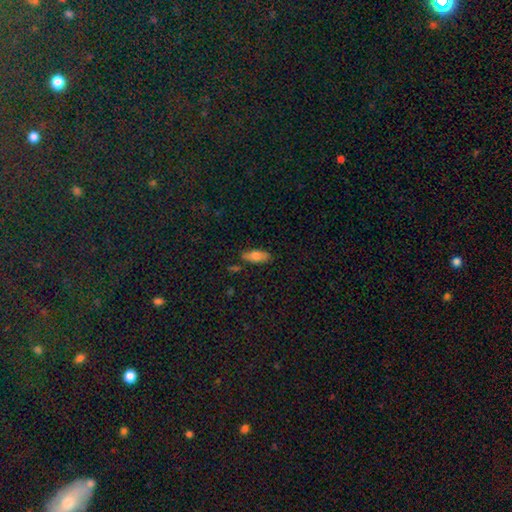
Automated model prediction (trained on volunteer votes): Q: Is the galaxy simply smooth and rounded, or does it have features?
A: smooth — 73%.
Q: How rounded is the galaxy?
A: in between — 77%.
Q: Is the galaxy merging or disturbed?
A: none — 76%.